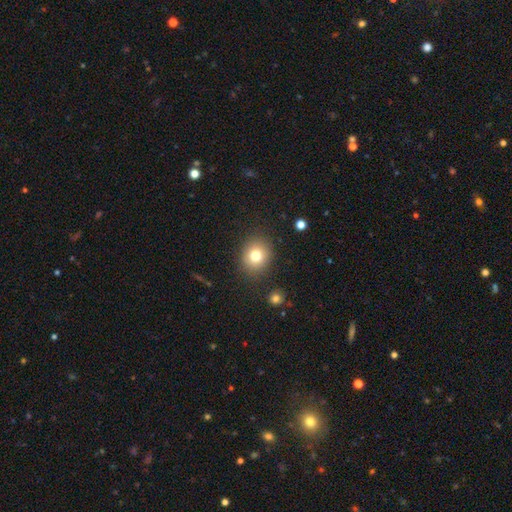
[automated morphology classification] This is likely a smooth galaxy (78%). How rounded: likely round (72%). Merging: clearly none (86%).